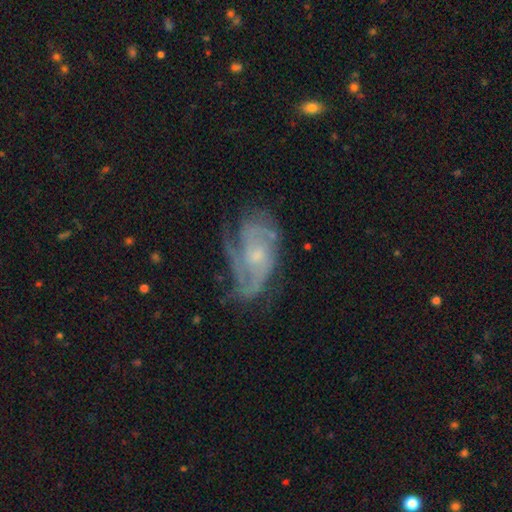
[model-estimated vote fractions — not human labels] Smooth or featured? Predicted: featured or disk (p=0.81). Edge-on disk? Predicted: no (p=0.96). Bar? Predicted: no (p=0.70). Spiral arms? Predicted: yes (p=0.91). Spiral winding? Predicted: medium (p=0.43). Spiral arm count? Predicted: 2 (p=0.29). Bulge size? Predicted: small (p=0.57). Merging? Predicted: none (p=0.52).